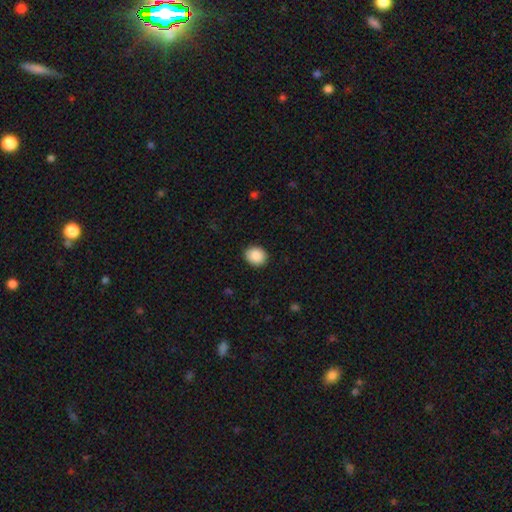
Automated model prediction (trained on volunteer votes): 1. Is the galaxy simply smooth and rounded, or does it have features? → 89% smooth, 8% star or artifact, 3% featured or disk.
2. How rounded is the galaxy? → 65% round, 34% in between, 1% cigar-shaped.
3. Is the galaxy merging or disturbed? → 90% none, 7% minor disturbance, 2% major disturbance, 1% merger.